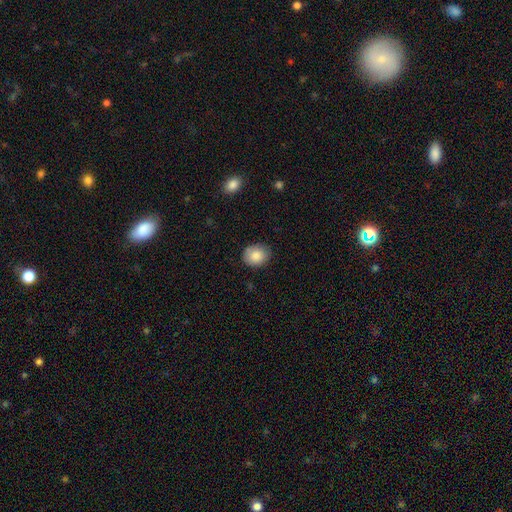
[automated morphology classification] Smooth or featured: smooth — 85% (star or artifact — 8%)
How rounded: round — 60% (in between — 39%)
Merging: none — 82% (minor disturbance — 14%)